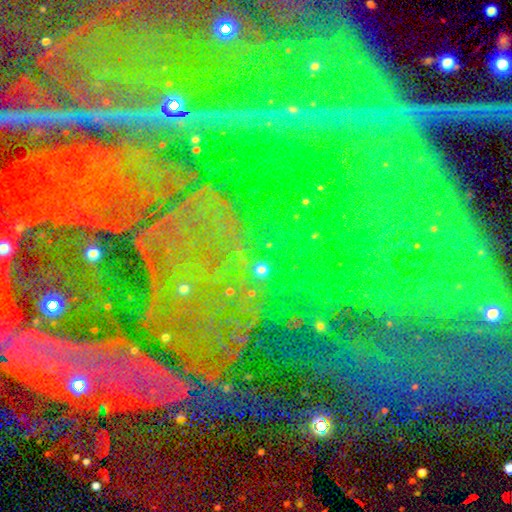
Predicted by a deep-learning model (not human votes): Smooth or featured: star or artifact — 88% (featured or disk — 7%)